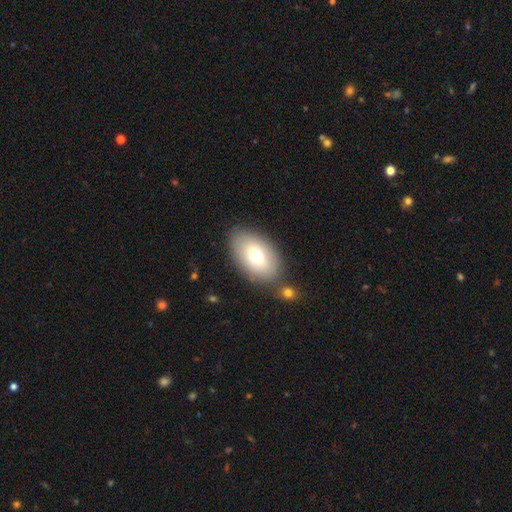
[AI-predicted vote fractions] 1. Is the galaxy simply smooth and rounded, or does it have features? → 72% smooth, 20% featured or disk, 8% star or artifact.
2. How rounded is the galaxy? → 91% in between, 8% round, 1% cigar-shaped.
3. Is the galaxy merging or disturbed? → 76% none, 12% minor disturbance, 8% merger, 4% major disturbance.